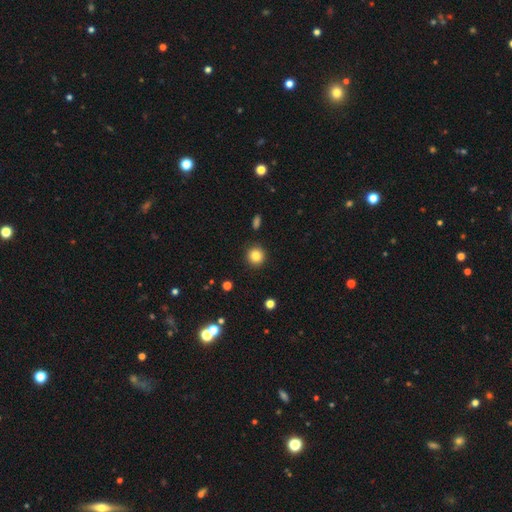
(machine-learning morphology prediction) smooth 84%, star or artifact 11%, featured or disk 5%. Down the decision tree: how rounded — round (93%); merging — none (91%).